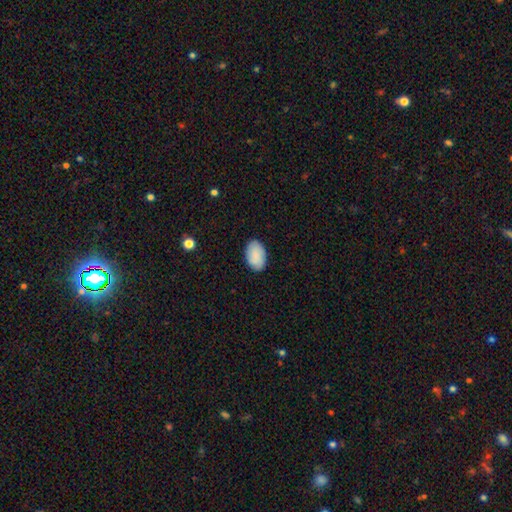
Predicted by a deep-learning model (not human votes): This appears to be a smooth galaxy with no disk features (89%) that is in between round and cigar-shaped (91%). Merging: none (87%).